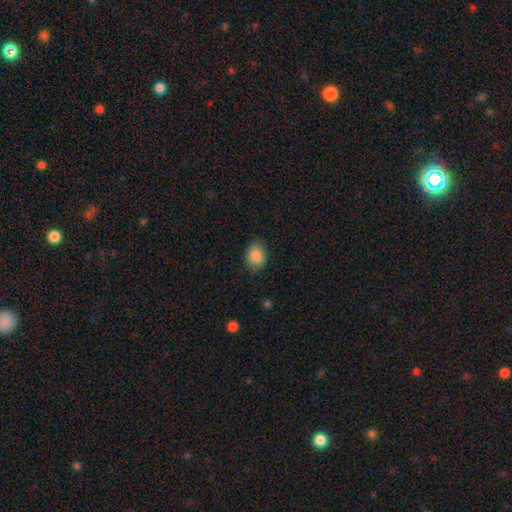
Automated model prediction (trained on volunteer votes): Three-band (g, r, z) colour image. It shows a smooth galaxy with no disk features (87%) that is in between round and cigar-shaped (67%). Merging: none (81%).